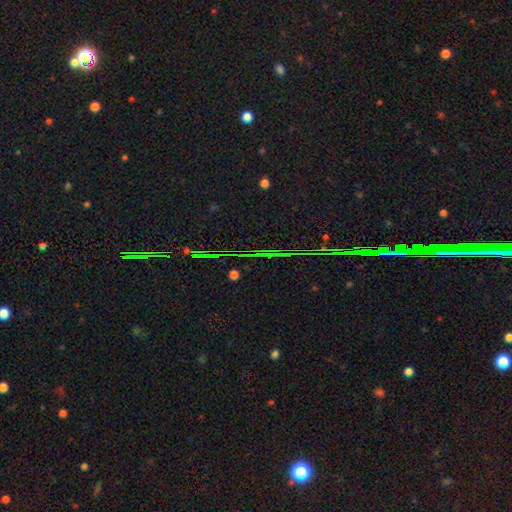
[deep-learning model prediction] Smooth or featured? star or artifact (82%)